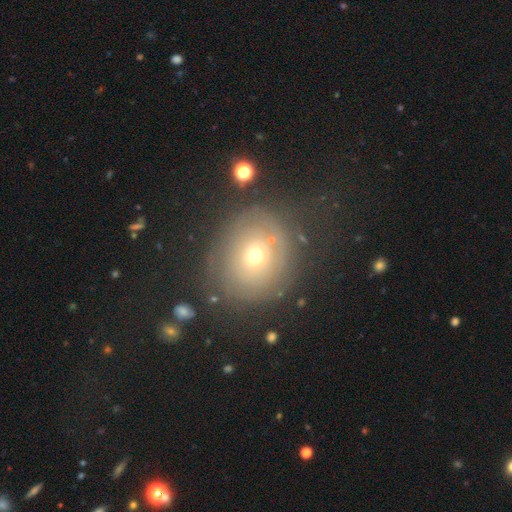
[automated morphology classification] smooth_or_featured: smooth (p=0.54) [alt: featured or disk p=0.31]
how_rounded: round (p=0.76) [alt: in between p=0.23]
merging: none (p=0.69) [alt: minor disturbance p=0.16]